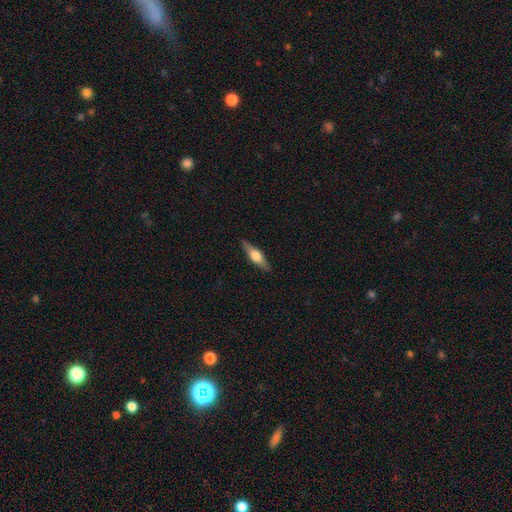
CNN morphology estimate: Smooth or featured?
  - featured or disk: 53% *
  - smooth: 41%
  - star or artifact: 6%
Edge-on disk?
  - yes: 94% *
  - no: 6%
Merging?
  - none: 89% *
  - minor disturbance: 9%
  - major disturbance: 2%
  - merger: 1%